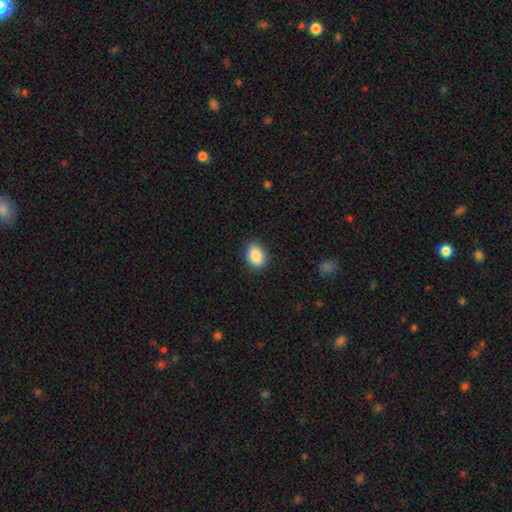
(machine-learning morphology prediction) smooth 89%, star or artifact 7%, featured or disk 4%. Down the decision tree: how rounded — in between (80%); merging — none (88%).